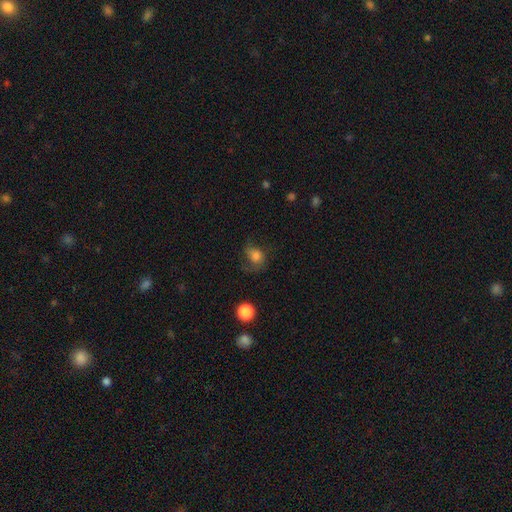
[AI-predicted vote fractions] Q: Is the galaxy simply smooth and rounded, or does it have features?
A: smooth — 65%.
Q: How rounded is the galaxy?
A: round — 56%.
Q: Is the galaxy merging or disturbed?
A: none — 46%.